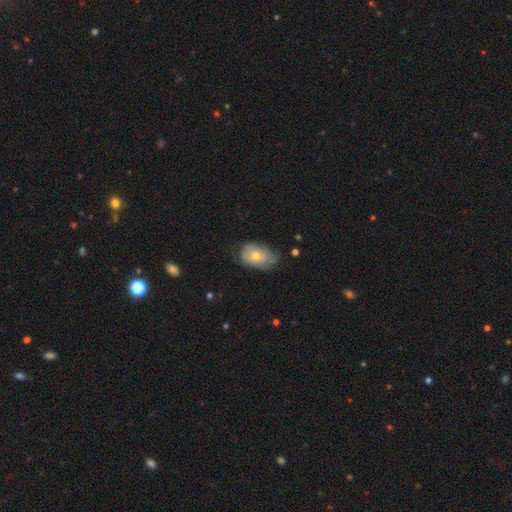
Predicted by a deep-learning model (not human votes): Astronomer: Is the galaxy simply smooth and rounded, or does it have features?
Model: smooth — 51% (runner-up: featured or disk, 40%).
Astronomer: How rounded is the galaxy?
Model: in between — 81%.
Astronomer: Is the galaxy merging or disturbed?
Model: none — 53% (runner-up: minor disturbance, 35%).